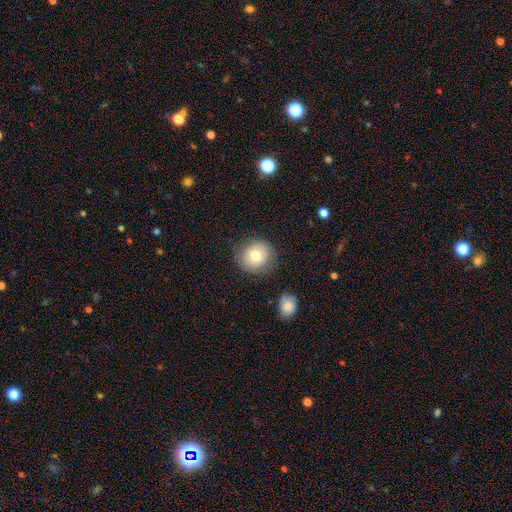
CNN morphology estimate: smooth-or-featured: smooth: 73% | featured or disk: 18% | star or artifact: 9%
  how-rounded: round: 85% | in between: 14% | cigar-shaped: 1%
  merging: none: 78% | minor disturbance: 14% | major disturbance: 5% | merger: 3%